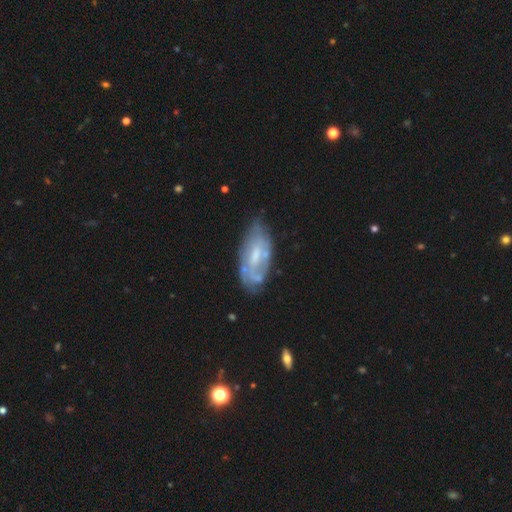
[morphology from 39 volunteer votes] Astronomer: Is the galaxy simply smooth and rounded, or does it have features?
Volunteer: featured or disk — 62% (runner-up: smooth, 38%).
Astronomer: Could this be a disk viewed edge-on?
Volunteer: no — 83%.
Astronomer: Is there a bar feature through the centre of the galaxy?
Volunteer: no — 60%.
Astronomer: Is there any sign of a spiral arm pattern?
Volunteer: no — 55% (runner-up: yes, 45%).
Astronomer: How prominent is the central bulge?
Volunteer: moderate — 55%.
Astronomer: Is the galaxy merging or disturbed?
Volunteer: none — 69%.